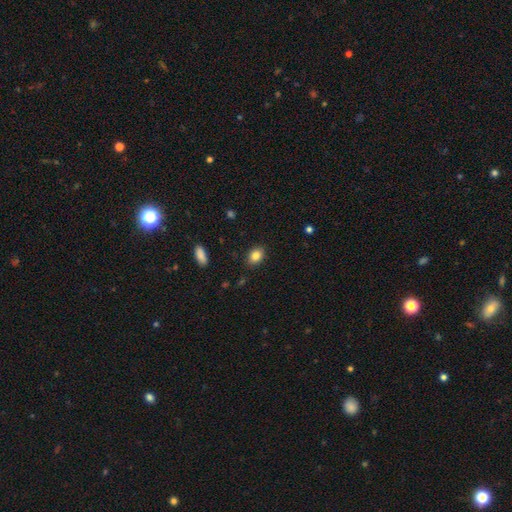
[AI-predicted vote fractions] Morphology: type=smooth (85%); roundness=in between (69%); merging=none (87%).